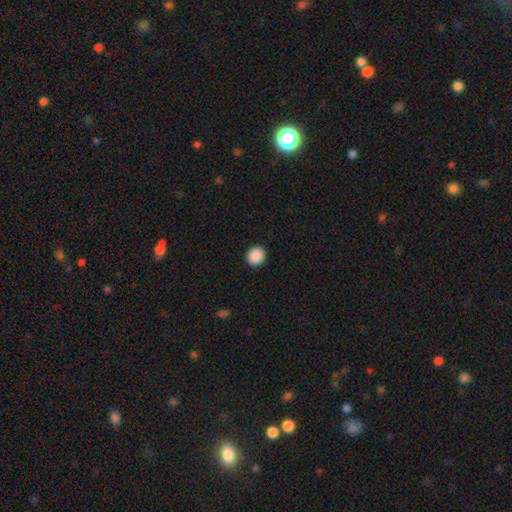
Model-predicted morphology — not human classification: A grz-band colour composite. It shows a smooth galaxy with no disk features (90%) that is round (79%). Merging: none (92%).